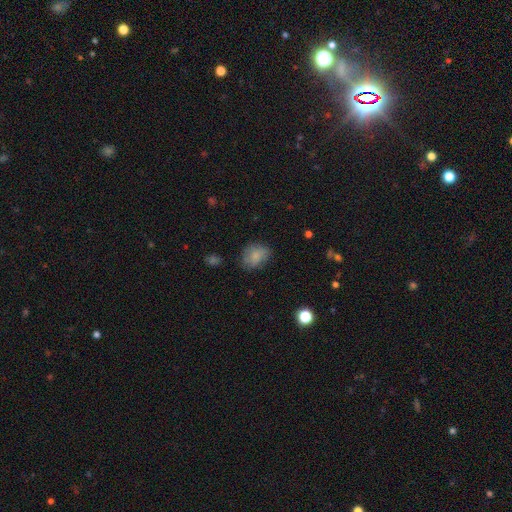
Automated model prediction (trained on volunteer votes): Smooth or featured: smooth — 78% (featured or disk — 13%)
How rounded: in between — 58% (round — 41%)
Merging: none — 66% (minor disturbance — 25%)